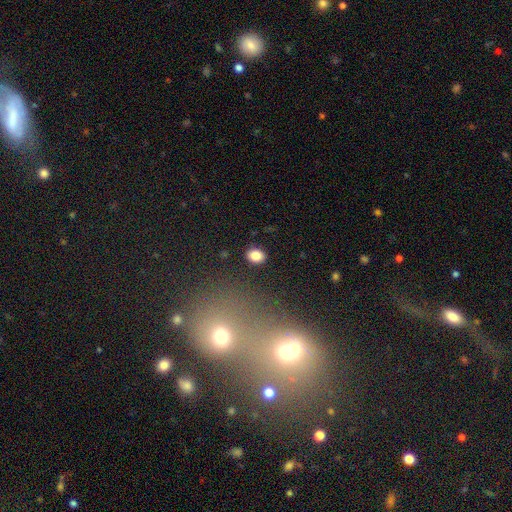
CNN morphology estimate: This is clearly a smooth galaxy (83%). How rounded: possibly in between (53%). Merging: clearly none (88%).